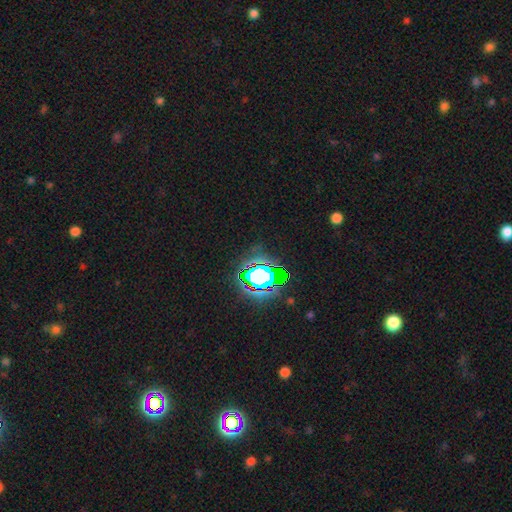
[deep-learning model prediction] Smooth or featured: star or artifact — 81% (smooth — 12%)